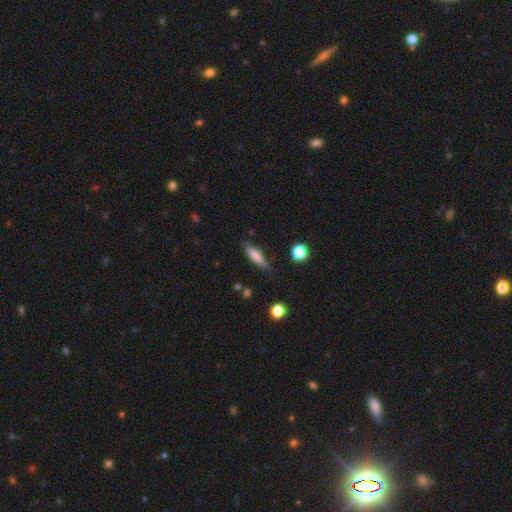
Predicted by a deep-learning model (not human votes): Smooth or featured: smooth — 77% (featured or disk — 16%)
How rounded: cigar-shaped — 69% (in between — 29%)
Merging: none — 78% (minor disturbance — 16%)